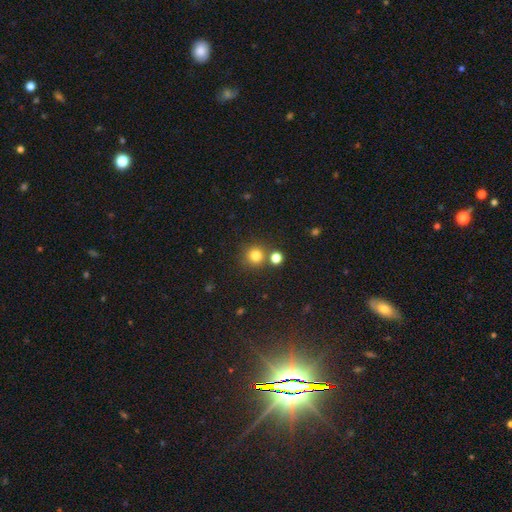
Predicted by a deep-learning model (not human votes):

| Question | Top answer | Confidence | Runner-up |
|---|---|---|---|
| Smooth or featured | smooth | 79% | star or artifact (15%) |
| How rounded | round | 93% | in between (6%) |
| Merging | none | 76% | merger (13%) |